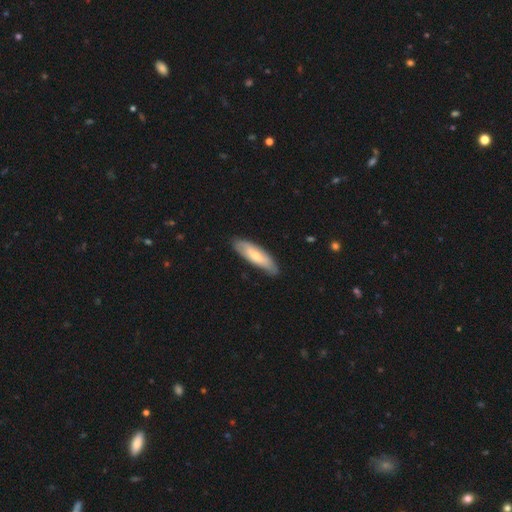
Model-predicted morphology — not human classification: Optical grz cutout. It shows a smooth galaxy with no disk features (60%) that is in between round and cigar-shaped (49%, tied with cigar-shaped). Merging: none (80%).